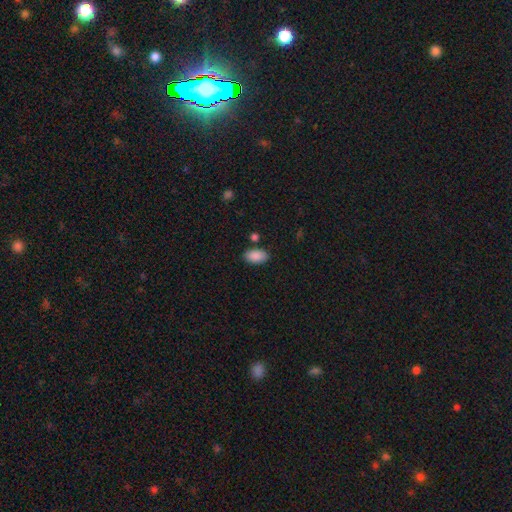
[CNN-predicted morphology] Smooth or featured? smooth (89%)
How rounded? in between (94%)
Merging? none (81%)